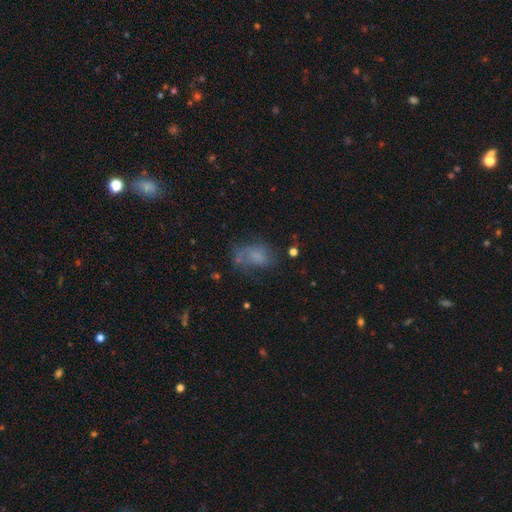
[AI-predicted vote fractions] Smooth or featured?
  - smooth: 51% *
  - featured or disk: 33%
  - star or artifact: 15%
How rounded?
  - in between: 81% *
  - round: 17%
  - cigar-shaped: 2%
Merging?
  - none: 38% *
  - major disturbance: 31%
  - minor disturbance: 24%
  - merger: 7%